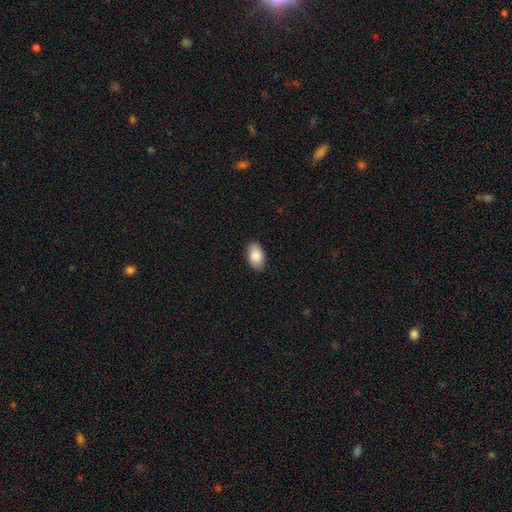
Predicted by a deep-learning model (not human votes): Smooth or featured?
  - smooth: 88% *
  - star or artifact: 6%
  - featured or disk: 6%
How rounded?
  - in between: 93% *
  - round: 5%
  - cigar-shaped: 2%
Merging?
  - none: 87% *
  - minor disturbance: 10%
  - major disturbance: 2%
  - merger: 1%